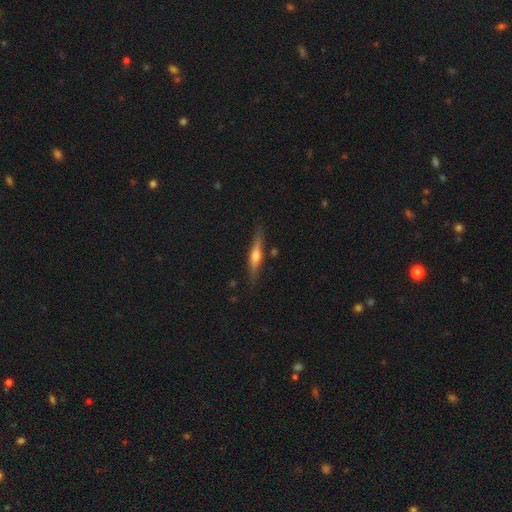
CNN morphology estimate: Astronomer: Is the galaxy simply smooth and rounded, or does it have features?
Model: featured or disk — 63%.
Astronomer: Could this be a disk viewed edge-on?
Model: yes — 96%.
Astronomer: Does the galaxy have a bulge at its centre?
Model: rounded — 90%.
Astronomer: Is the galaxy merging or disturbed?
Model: none — 84%.